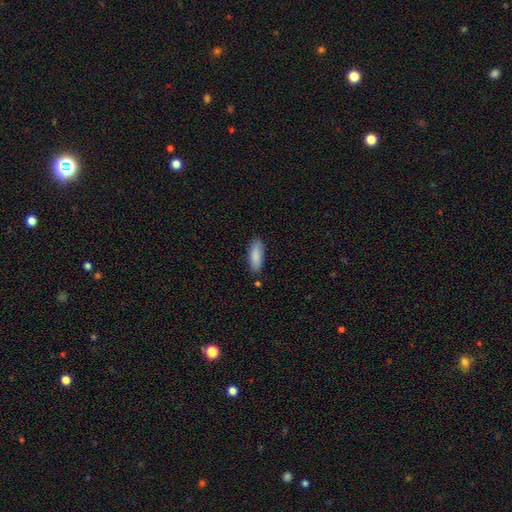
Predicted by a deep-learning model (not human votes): Morphology: type=smooth (86%); roundness=in between (68%); merging=none (81%).